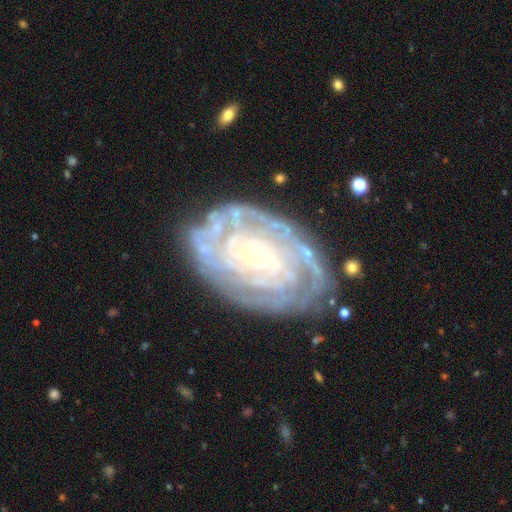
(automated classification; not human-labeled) Morphology: type=featured or disk (85%); edge-on=no (97%); bar=no (74%); spiral arms=yes (93%); winding=tight (81%); arm count=can't tell (42%); bulge=small (80%); merging=none (74%).